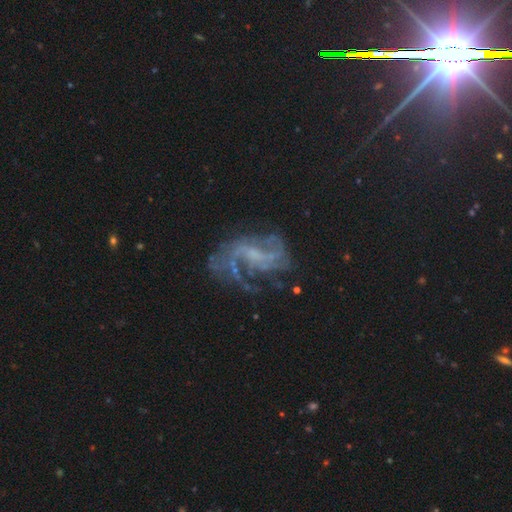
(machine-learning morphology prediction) Overall: featured or disk (76%). Edge-on disk: no (97%). Bar: weak (48%; no 36%). Spiral arms: yes (87%). Spiral arm count: 2 (37%; can't tell 27%). Spiral winding: medium (42%; loose 39%). Bulge size: small (44%; none 35%). Merging: none (50%; major disturbance 28%).